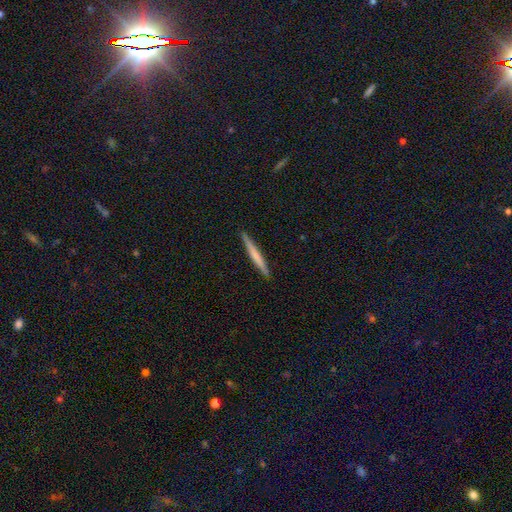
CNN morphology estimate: Smooth or featured?
  - smooth: 58% *
  - featured or disk: 37%
  - star or artifact: 5%
How rounded?
  - cigar-shaped: 97% *
  - in between: 2%
  - round: 1%
Merging?
  - none: 92% *
  - minor disturbance: 6%
  - major disturbance: 1%
  - merger: 1%